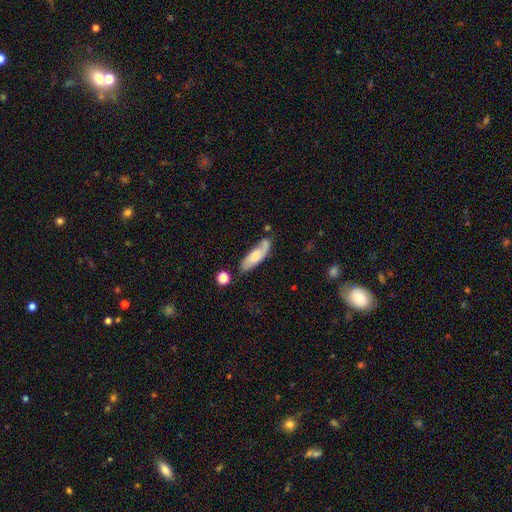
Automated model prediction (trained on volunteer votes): smooth_or_featured: smooth (p=0.54) [alt: featured or disk p=0.40]
how_rounded: in between (p=0.58) [alt: cigar-shaped p=0.40]
merging: none (p=0.59) [alt: minor disturbance p=0.23]